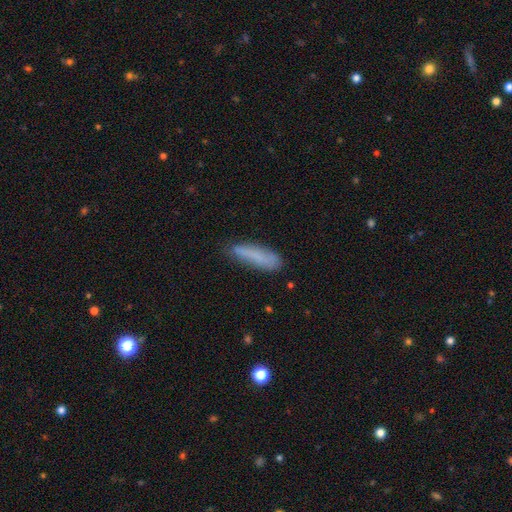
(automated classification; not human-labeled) Morphology: type=smooth (77%); roundness=cigar-shaped (74%); merging=none (73%).